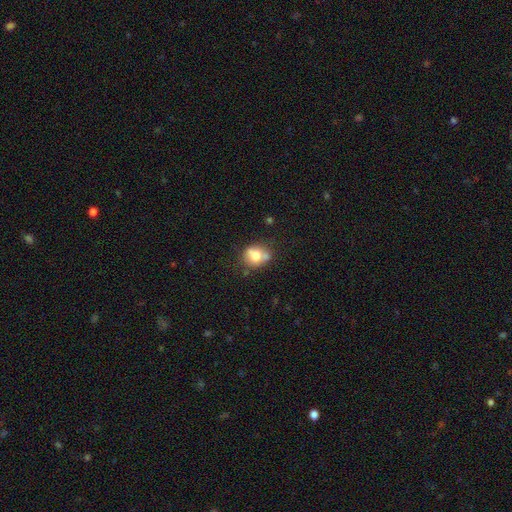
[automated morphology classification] A smooth galaxy with no disk features (65%) that is round (62%).

Vote fractions:
- Smooth or featured? smooth: 65% / featured or disk: 25% / star or artifact: 10%
- How rounded? round: 62% / in between: 37% / cigar-shaped: 1%
- Merging? none: 52% / merger: 23% / minor disturbance: 19% / major disturbance: 6%